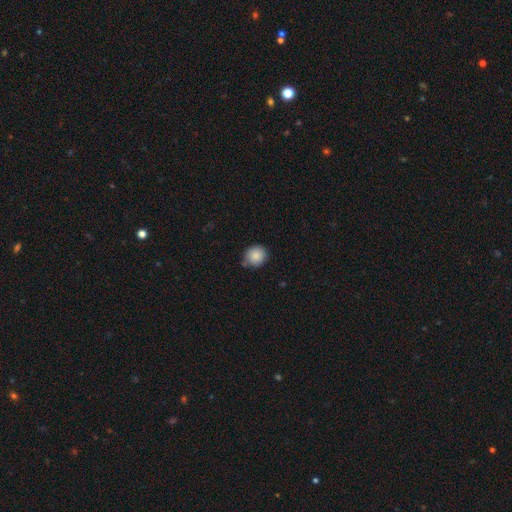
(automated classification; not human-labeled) A smooth galaxy with no disk features (87%) that is round (90%). Merging: none (77%).